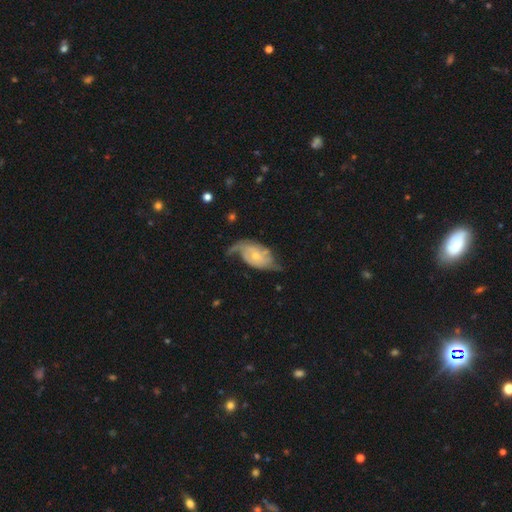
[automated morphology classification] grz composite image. It shows a featured or disk galaxy (78%) with no bar (68%), 2 (70%) loose (40%) spiral arms (91%) and a small central bulge (59%). Merging: none (47%).